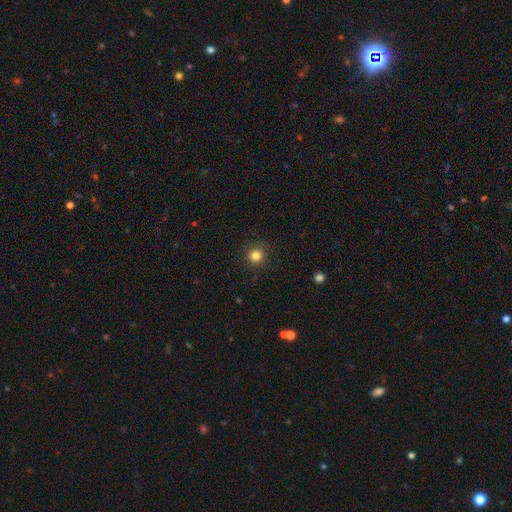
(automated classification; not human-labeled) smooth_or_featured: smooth (p=0.83) [alt: star or artifact p=0.13]
how_rounded: round (p=0.95) [alt: in between p=0.05]
merging: none (p=0.89) [alt: minor disturbance p=0.08]